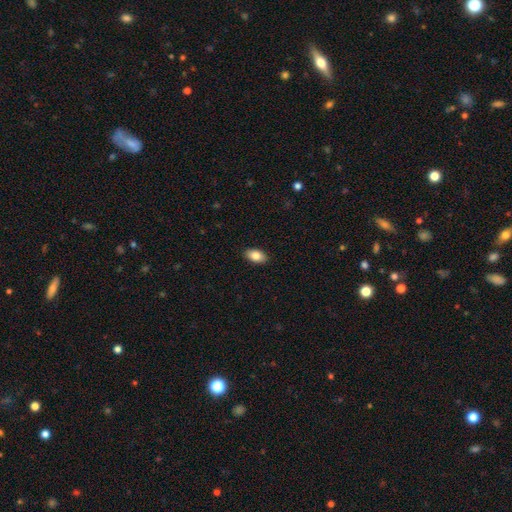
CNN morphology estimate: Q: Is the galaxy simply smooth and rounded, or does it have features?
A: smooth — 85%.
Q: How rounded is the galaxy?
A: in between — 93%.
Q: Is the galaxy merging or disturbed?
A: none — 90%.